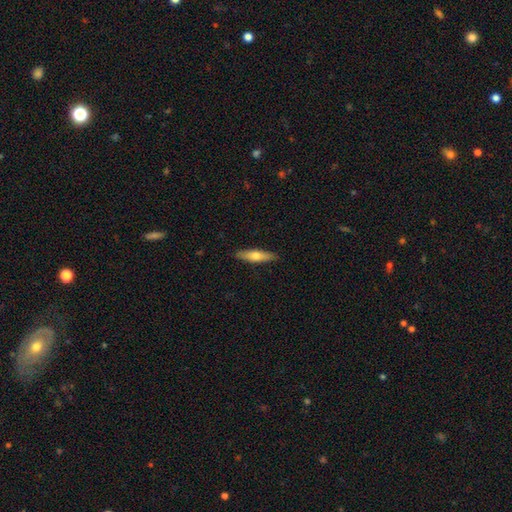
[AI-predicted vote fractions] A smooth galaxy with no disk features (62%) that is cigar-shaped (70%).

Vote fractions:
- Smooth or featured? smooth: 62% / featured or disk: 32% / star or artifact: 6%
- How rounded? cigar-shaped: 70% / in between: 28% / round: 2%
- Merging? none: 89% / minor disturbance: 9% / major disturbance: 2% / merger: 1%